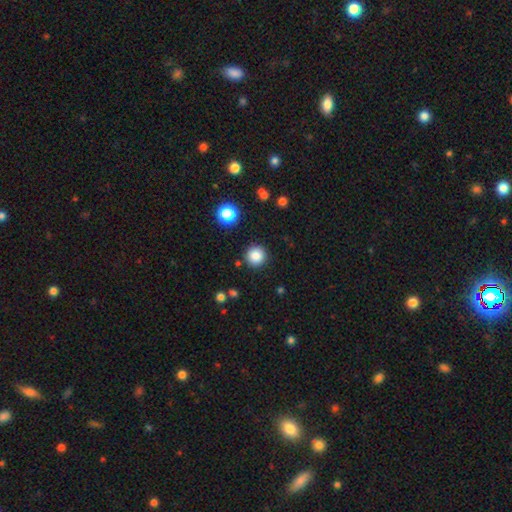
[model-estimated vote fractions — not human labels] A smooth galaxy with no disk features (85%) that is round (95%). Merging: none (90%).